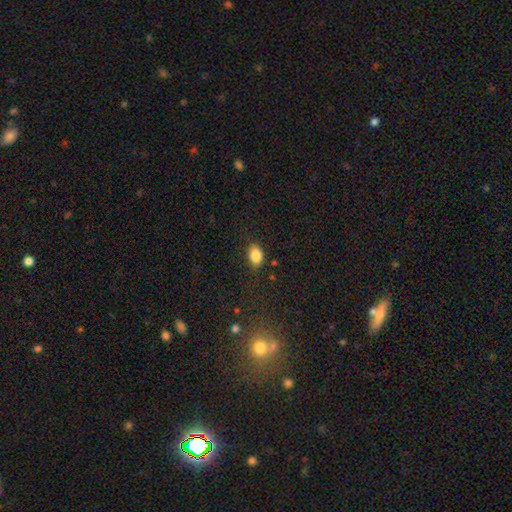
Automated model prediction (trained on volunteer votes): A smooth galaxy with no disk features (85%) that is in between round and cigar-shaped (80%). Merging: none (77%).